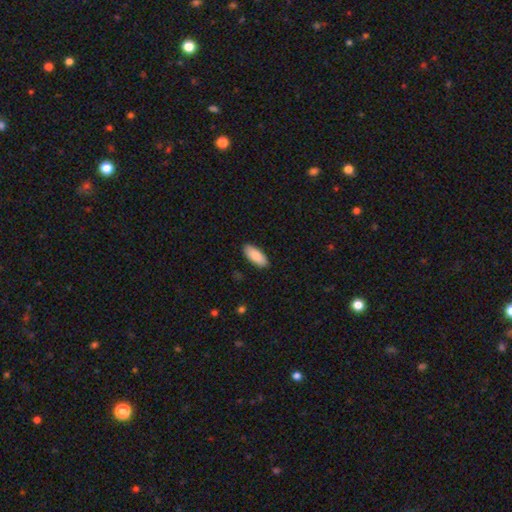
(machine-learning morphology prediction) smooth 89%, featured or disk 6%, star or artifact 6%. Down the decision tree: how rounded — in between (84%); merging — none (90%).